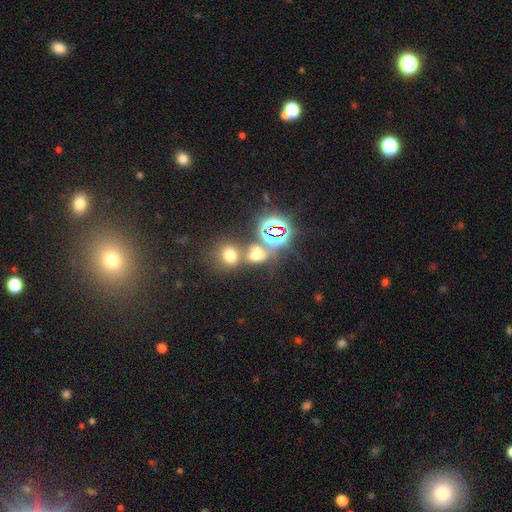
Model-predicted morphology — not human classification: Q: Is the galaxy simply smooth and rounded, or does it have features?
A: smooth — 50%.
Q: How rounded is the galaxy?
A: round — 52%.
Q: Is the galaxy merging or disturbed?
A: merger — 43%.